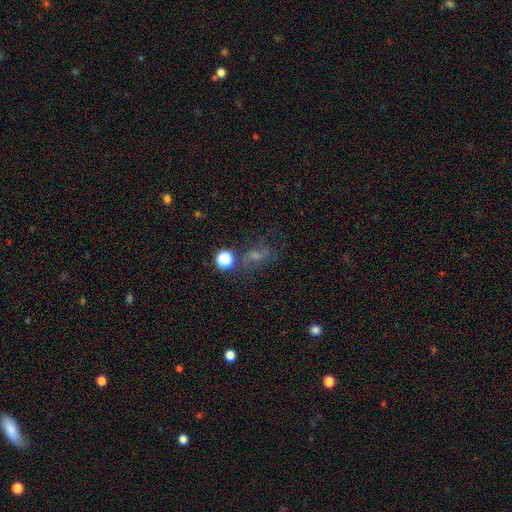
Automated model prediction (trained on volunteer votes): smooth_or_featured: featured or disk (p=0.39) [alt: star or artifact p=0.34]
merging: none (p=0.59) [alt: minor disturbance p=0.17]